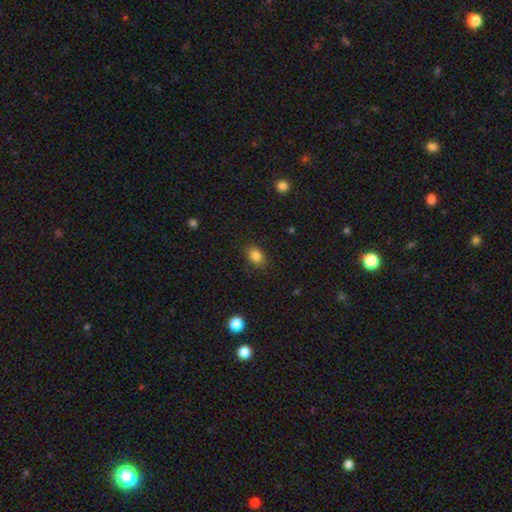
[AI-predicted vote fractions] Smooth or featured: smooth — 85% (star or artifact — 10%)
How rounded: in between — 75% (round — 24%)
Merging: none — 86% (minor disturbance — 10%)